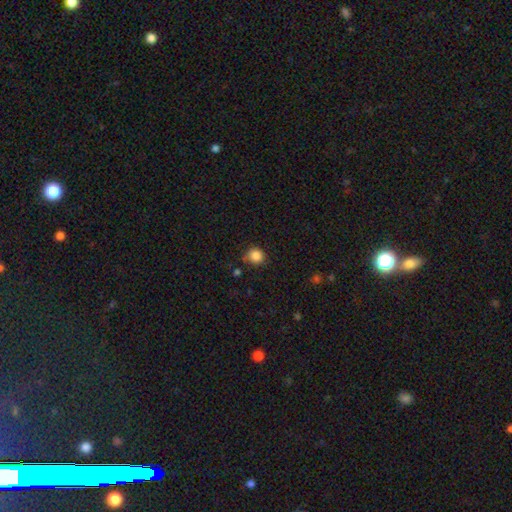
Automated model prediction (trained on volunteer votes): This appears to be a smooth galaxy with no disk features (86%) that is round (84%). Merging: none (75%).